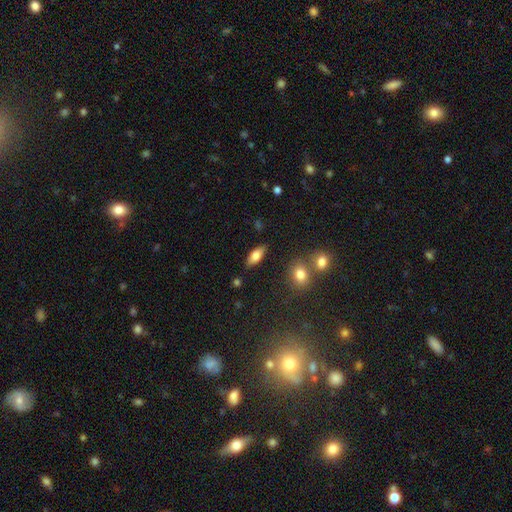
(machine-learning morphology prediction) Smooth or featured?
  - smooth: 71% *
  - featured or disk: 22%
  - star or artifact: 7%
How rounded?
  - in between: 79% *
  - cigar-shaped: 17%
  - round: 3%
Merging?
  - none: 82% *
  - minor disturbance: 11%
  - merger: 3%
  - major disturbance: 3%